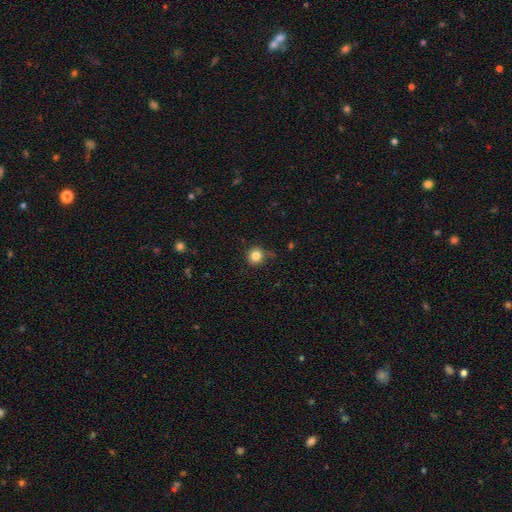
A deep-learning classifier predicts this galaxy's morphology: type=smooth (83%); roundness=round (91%); merging=none (77%).